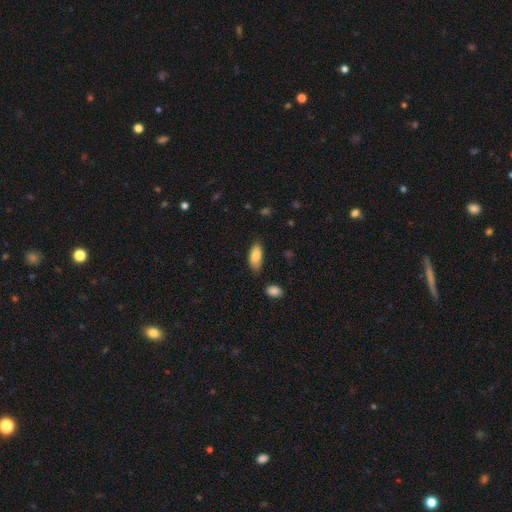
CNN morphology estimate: Smooth or featured: smooth — 84% (featured or disk — 9%)
How rounded: in between — 86% (cigar-shaped — 12%)
Merging: none — 74% (minor disturbance — 20%)